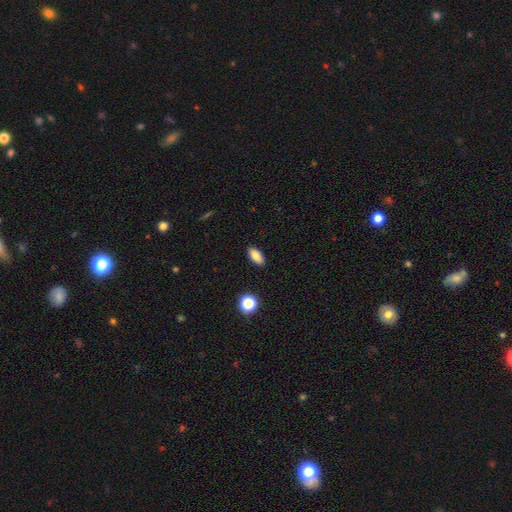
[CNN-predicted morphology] This appears to be a smooth galaxy with no disk features (84%) that is in between round and cigar-shaped (85%). Merging: none (89%).